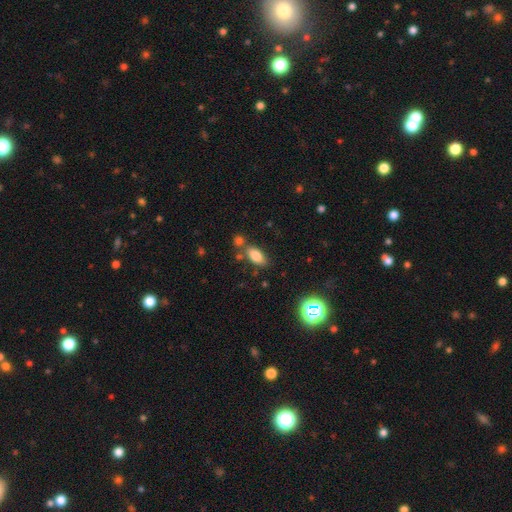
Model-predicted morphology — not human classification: Smooth or featured?
  - smooth: 81% *
  - star or artifact: 10%
  - featured or disk: 9%
How rounded?
  - in between: 87% *
  - cigar-shaped: 9%
  - round: 4%
Merging?
  - none: 67% *
  - merger: 15%
  - minor disturbance: 14%
  - major disturbance: 4%